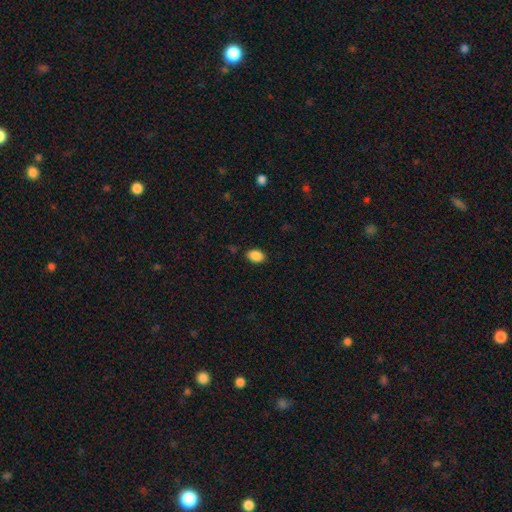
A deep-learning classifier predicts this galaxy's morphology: This appears to be a smooth galaxy with no disk features (89%) that is in between round and cigar-shaped (84%). Merging: none (87%).